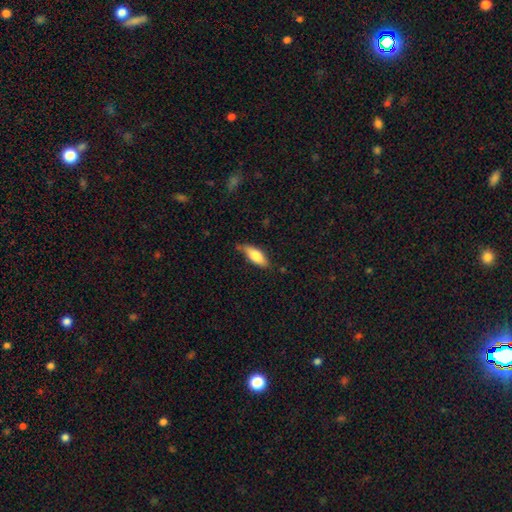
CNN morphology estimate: This appears to be a smooth galaxy with no disk features (75%) that is in between round and cigar-shaped (72%). Merging: none (67%).